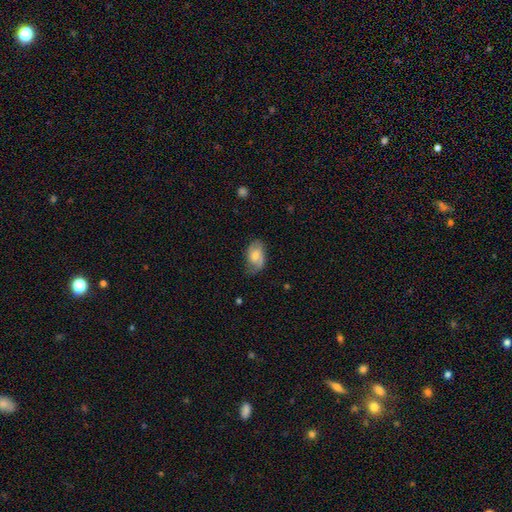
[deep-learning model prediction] The model was most divided on "smooth or featured": featured or disk: 52%, smooth: 41%, star or artifact: 7%. More confident: edge-on disk — no (95%); merging — none (63%).